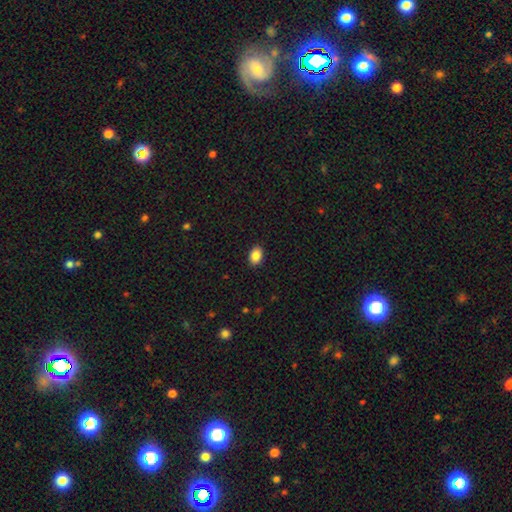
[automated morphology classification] This appears to be a smooth galaxy with no disk features (87%) that is in between round and cigar-shaped (81%). Merging: none (90%).